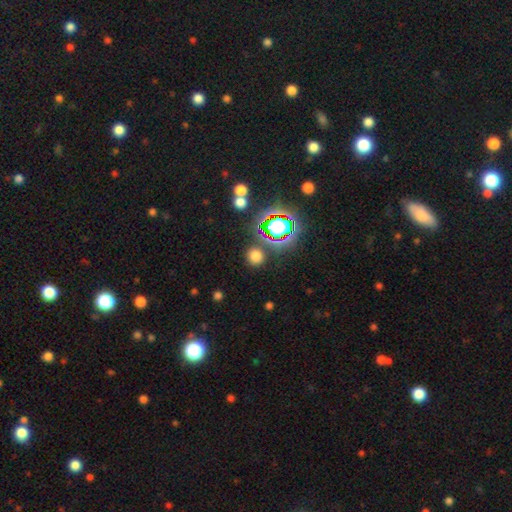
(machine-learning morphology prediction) type=smooth (69%); roundness=round (89%); merging=none (85%).